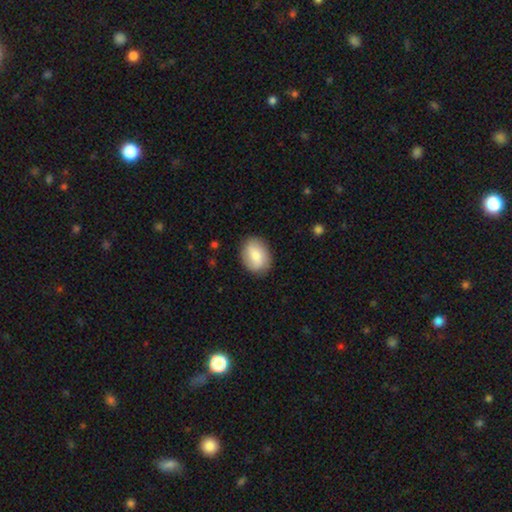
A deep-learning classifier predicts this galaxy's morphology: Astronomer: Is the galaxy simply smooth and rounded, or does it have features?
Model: smooth — 73%.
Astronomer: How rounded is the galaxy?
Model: in between — 68%.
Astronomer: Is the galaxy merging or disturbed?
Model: none — 85%.